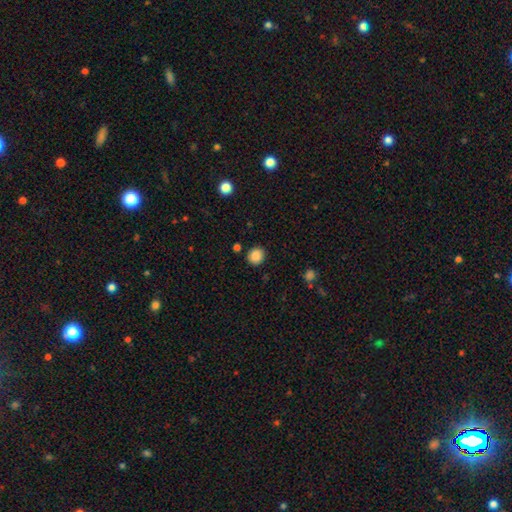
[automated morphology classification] A smooth galaxy with no disk features (87%) that is round (85%). Merging: none (87%).